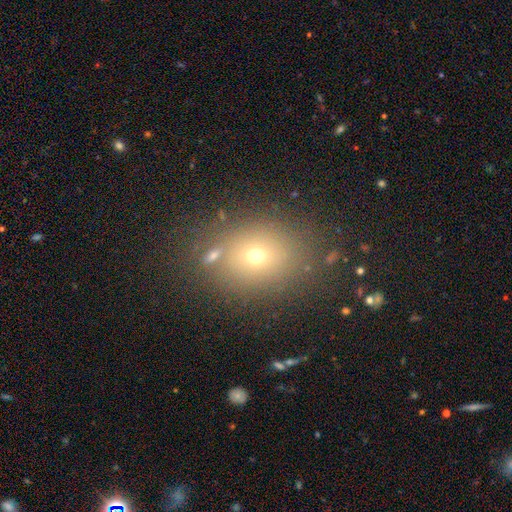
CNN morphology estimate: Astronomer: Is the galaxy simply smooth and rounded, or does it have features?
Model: smooth — 62%.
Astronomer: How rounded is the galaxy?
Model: round — 53% (runner-up: in between, 46%).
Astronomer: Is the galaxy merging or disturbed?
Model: none — 76%.